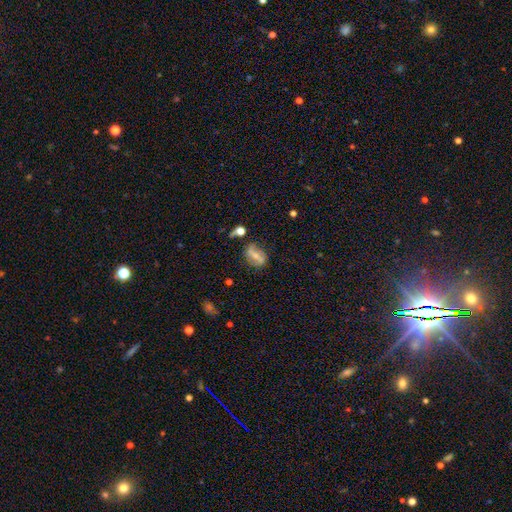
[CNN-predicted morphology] Overall: featured or disk (56%; smooth 33%). Edge-on disk: no (89%). Bar: strong (59%; weak 26%). Spiral arms: yes (58%; no 42%). Bulge size: small (51%; moderate 36%). Merging: none (67%).